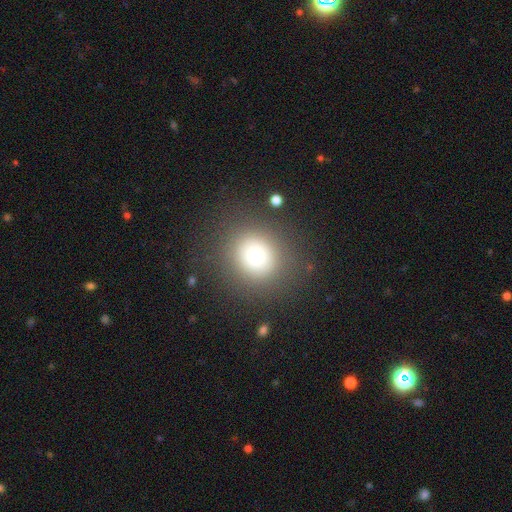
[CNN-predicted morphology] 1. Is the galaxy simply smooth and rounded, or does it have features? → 69% smooth, 16% featured or disk, 16% star or artifact.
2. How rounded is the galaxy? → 89% round, 10% in between, 1% cigar-shaped.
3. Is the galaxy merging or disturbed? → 85% none, 8% minor disturbance, 6% major disturbance, 2% merger.